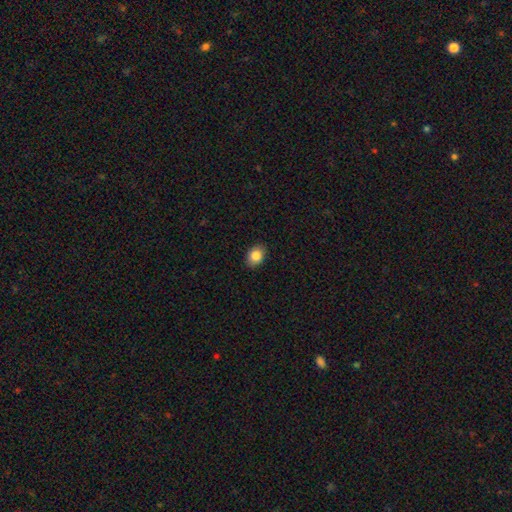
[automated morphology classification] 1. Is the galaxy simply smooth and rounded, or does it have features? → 85% smooth, 8% star or artifact, 6% featured or disk.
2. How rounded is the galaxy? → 71% in between, 28% round, 1% cigar-shaped.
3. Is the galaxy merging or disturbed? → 90% none, 8% minor disturbance, 2% major disturbance, 1% merger.